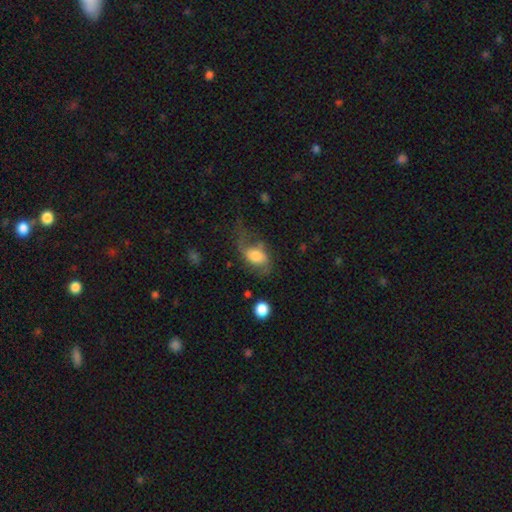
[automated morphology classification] Overall: smooth (54%; featured or disk 38%). How rounded: in between (82%). Merging: major disturbance (42%; none 32%).